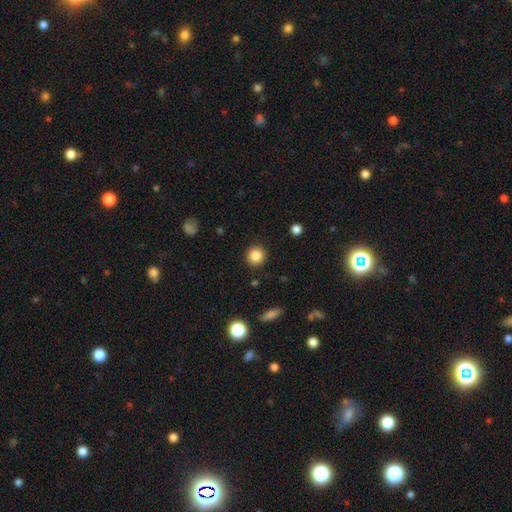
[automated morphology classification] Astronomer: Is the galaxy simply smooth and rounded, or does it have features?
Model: smooth — 85%.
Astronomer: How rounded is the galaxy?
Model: round — 94%.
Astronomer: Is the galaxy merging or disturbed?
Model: none — 91%.